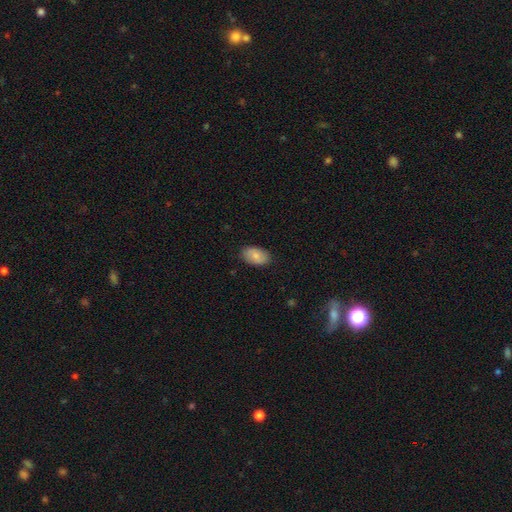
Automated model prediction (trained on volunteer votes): Smooth or featured? Predicted: smooth (p=0.80). How rounded? Predicted: in between (p=0.93). Merging? Predicted: none (p=0.86).